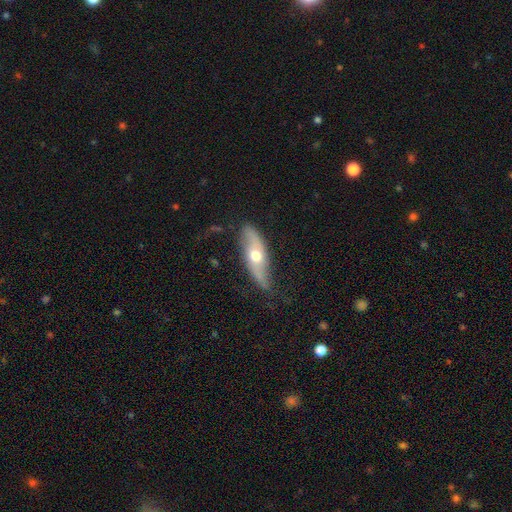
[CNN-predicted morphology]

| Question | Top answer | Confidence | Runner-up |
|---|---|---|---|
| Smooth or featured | featured or disk | 57% | smooth (38%) |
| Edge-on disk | no | 65% | yes (35%) |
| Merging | none | 67% | minor disturbance (25%) |